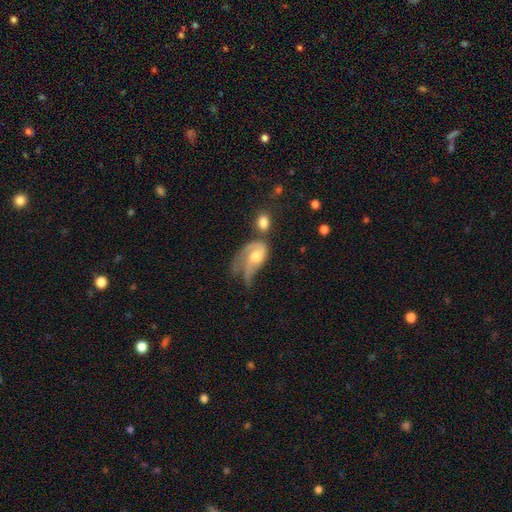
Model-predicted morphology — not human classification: Smooth or featured: featured or disk — 62% (smooth — 31%)
Edge-on disk: no — 95% (yes — 5%)
Bar: no — 70% (weak — 24%)
Spiral arms: yes — 76% (no — 24%)
Bulge size: moderate — 65% (large — 16%)
Merging: major disturbance — 45% (merger — 23%)